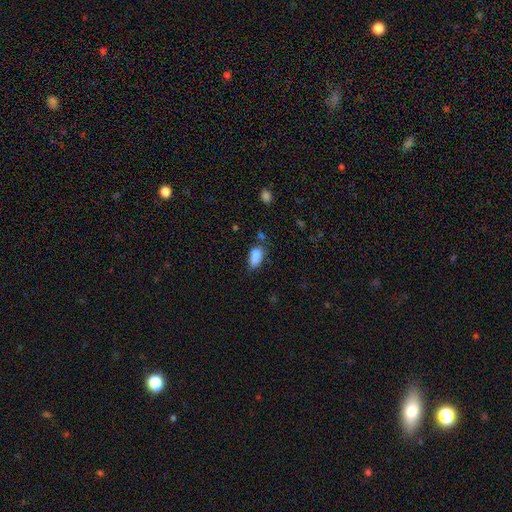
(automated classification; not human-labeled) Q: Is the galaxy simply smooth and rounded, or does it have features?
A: smooth — 85%.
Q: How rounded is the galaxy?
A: in between — 89%.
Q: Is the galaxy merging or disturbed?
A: none — 54%.